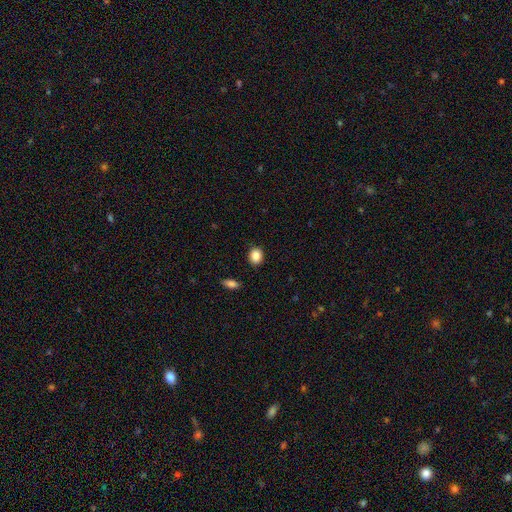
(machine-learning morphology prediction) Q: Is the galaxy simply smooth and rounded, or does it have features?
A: smooth — 87%.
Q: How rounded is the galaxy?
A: round — 60%.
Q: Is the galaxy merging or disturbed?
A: none — 88%.